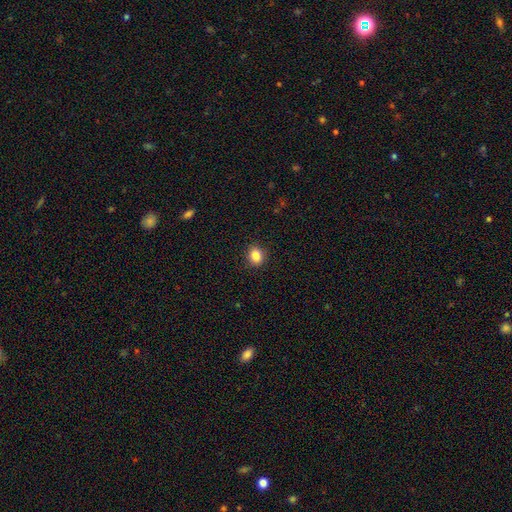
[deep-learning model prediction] A smooth galaxy with no disk features (85%) that is round (59%).

Vote fractions:
- Smooth or featured? smooth: 85% / star or artifact: 10% / featured or disk: 5%
- How rounded? round: 59% / in between: 40% / cigar-shaped: 1%
- Merging? none: 90% / minor disturbance: 7% / major disturbance: 2% / merger: 1%